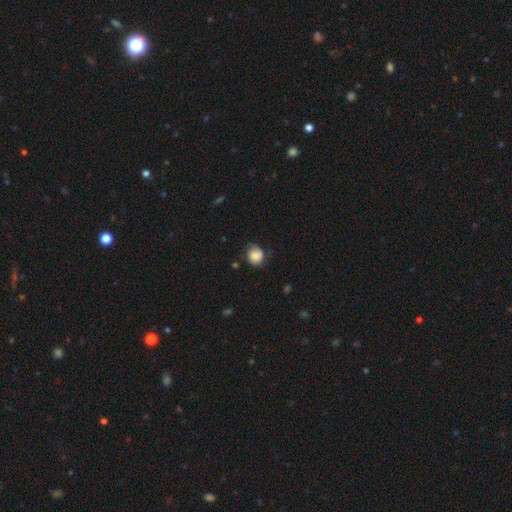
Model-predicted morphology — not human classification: Smooth or featured? smooth (67%)
How rounded? round (76%)
Merging? none (55%)